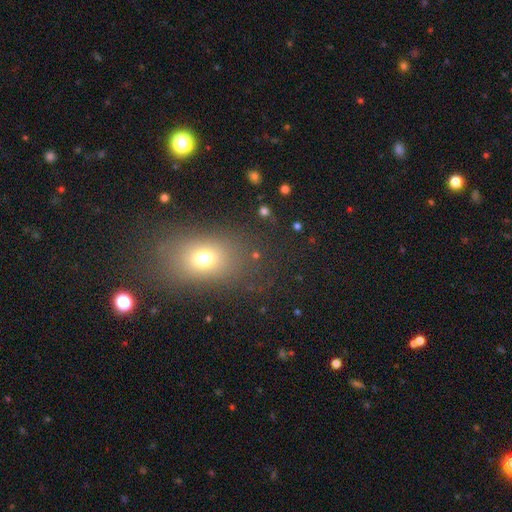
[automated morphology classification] type=smooth (63%); roundness=in between (55%); merging=none (75%).